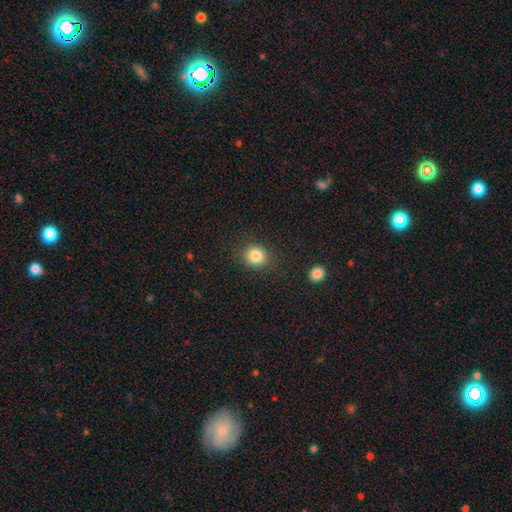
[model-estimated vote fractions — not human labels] This is clearly a smooth galaxy (84%). How rounded: clearly round (82%). Merging: clearly none (87%).